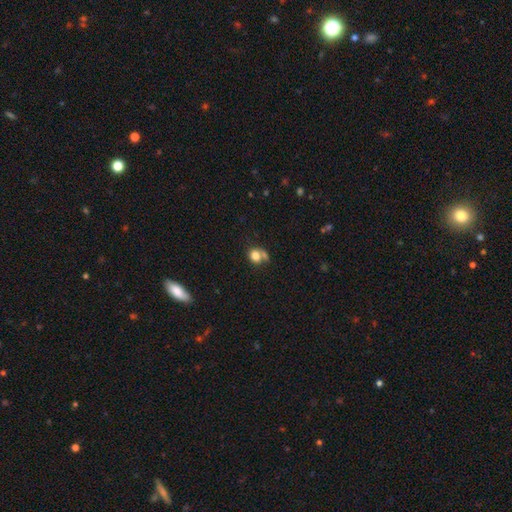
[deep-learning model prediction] This appears to be a smooth galaxy with no disk features (78%) that is round (68%). Merging: none (45%).